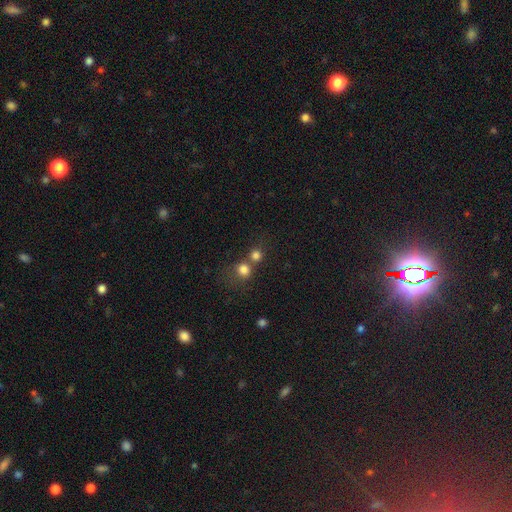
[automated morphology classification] smooth 78%, star or artifact 15%, featured or disk 7%. Down the decision tree: how rounded — round (88%); merging — none (51%).